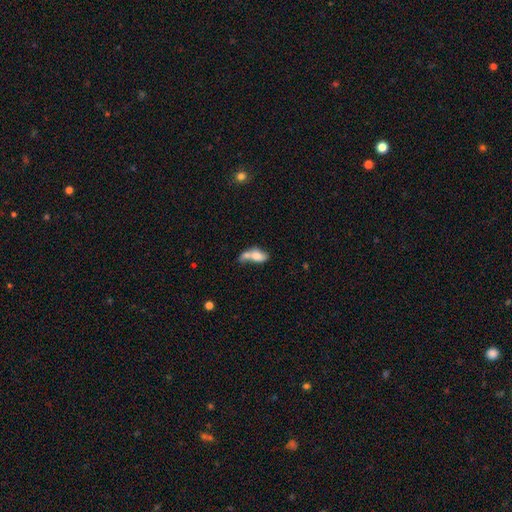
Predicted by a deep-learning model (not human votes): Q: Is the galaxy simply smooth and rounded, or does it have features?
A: smooth — 69%.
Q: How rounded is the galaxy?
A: in between — 82%.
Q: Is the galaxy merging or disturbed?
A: merger — 62%.